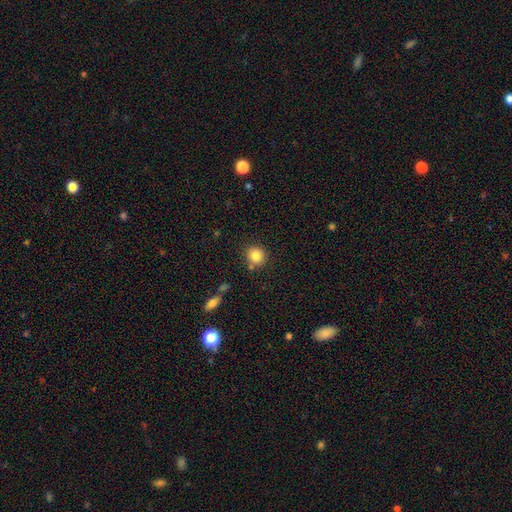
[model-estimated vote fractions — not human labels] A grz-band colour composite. It shows a smooth galaxy with no disk features (84%) that is round (85%). Merging: none (80%).